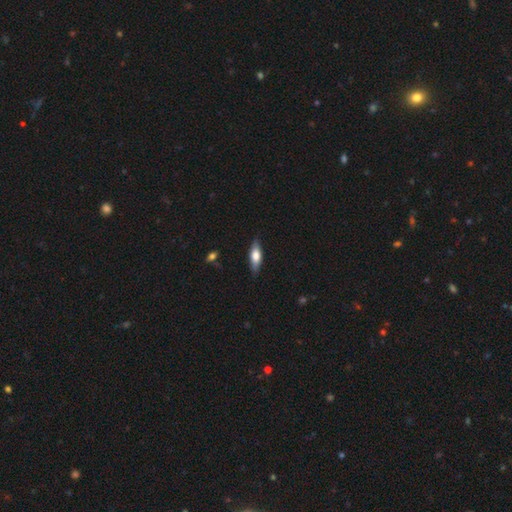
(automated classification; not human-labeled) Overall: smooth (61%; featured or disk 33%). How rounded: in between (59%; cigar-shaped 38%). Merging: none (85%).